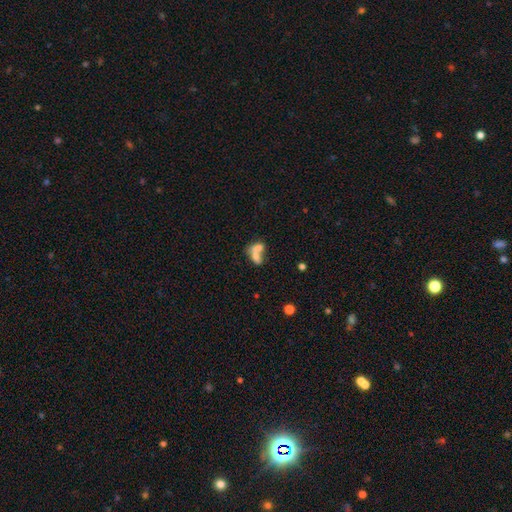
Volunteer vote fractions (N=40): Overall: smooth (78%). How rounded: in between (84%). Merging: merger (82%).